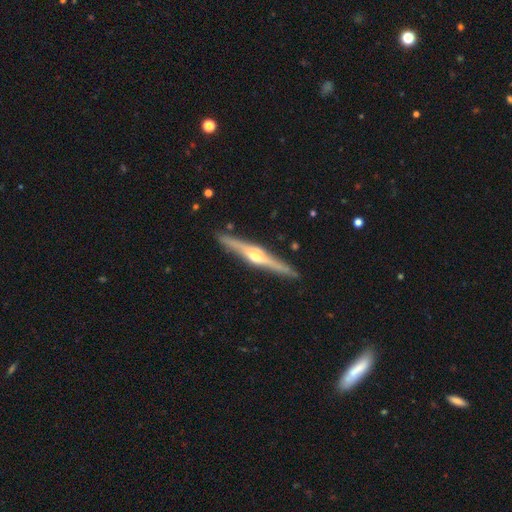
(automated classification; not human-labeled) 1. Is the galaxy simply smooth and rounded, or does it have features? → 80% featured or disk, 15% smooth, 5% star or artifact.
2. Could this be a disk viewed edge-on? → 98% yes, 2% no.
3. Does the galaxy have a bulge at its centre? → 91% rounded, 6% boxy, 4% none.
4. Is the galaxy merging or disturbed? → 89% none, 8% minor disturbance, 2% major disturbance, 2% merger.